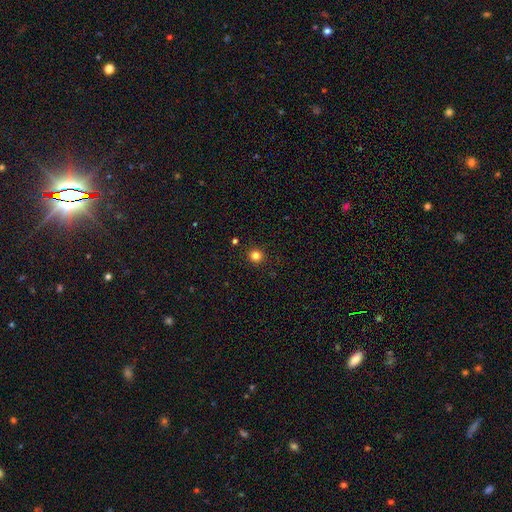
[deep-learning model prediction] smooth_or_featured: smooth (p=0.82) [alt: star or artifact p=0.14]
how_rounded: round (p=0.94) [alt: in between p=0.05]
merging: none (p=0.92) [alt: minor disturbance p=0.05]